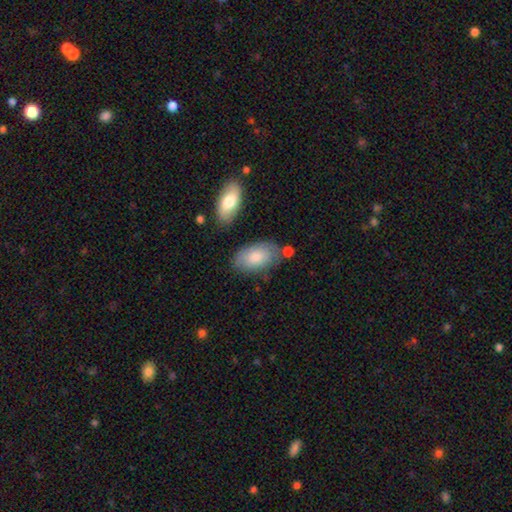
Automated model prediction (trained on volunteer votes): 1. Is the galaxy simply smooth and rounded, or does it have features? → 76% smooth, 16% featured or disk, 7% star or artifact.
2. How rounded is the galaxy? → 94% in between, 3% round, 3% cigar-shaped.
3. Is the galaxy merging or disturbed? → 72% none, 18% minor disturbance, 6% merger, 4% major disturbance.